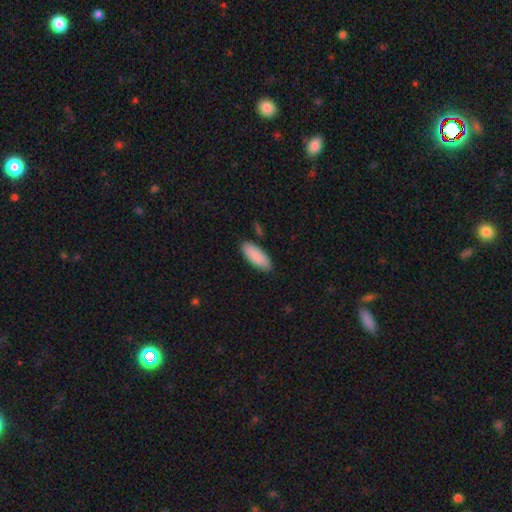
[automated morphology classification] A smooth galaxy with no disk features (88%) that is in between round and cigar-shaped (80%).

Vote fractions:
- Smooth or featured? smooth: 88% / featured or disk: 6% / star or artifact: 5%
- How rounded? in between: 80% / cigar-shaped: 18% / round: 2%
- Merging? none: 84% / minor disturbance: 12% / major disturbance: 2% / merger: 2%